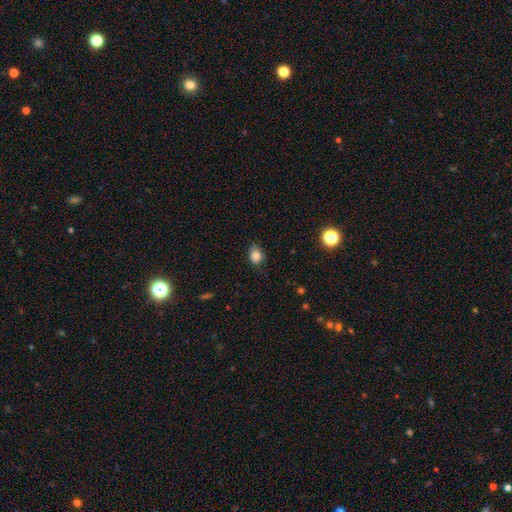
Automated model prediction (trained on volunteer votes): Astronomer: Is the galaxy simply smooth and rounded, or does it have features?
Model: smooth — 83%.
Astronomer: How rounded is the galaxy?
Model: in between — 52% (runner-up: round, 47%).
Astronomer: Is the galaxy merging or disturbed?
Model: none — 68%.